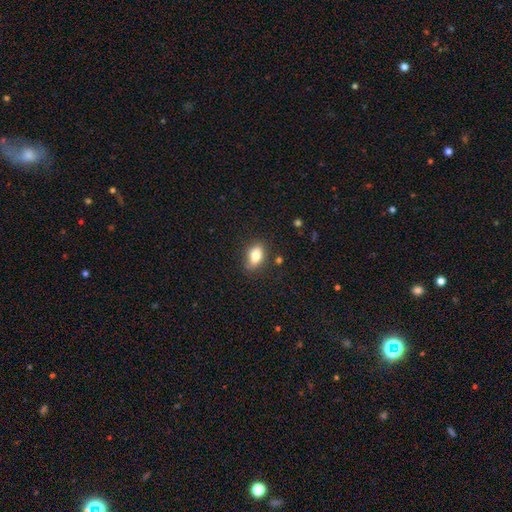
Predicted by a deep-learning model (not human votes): The model was most divided on "merging": none: 74%, minor disturbance: 19%, major disturbance: 4%, merger: 3%. More confident: how rounded — in between (85%); smooth or featured — smooth (81%).